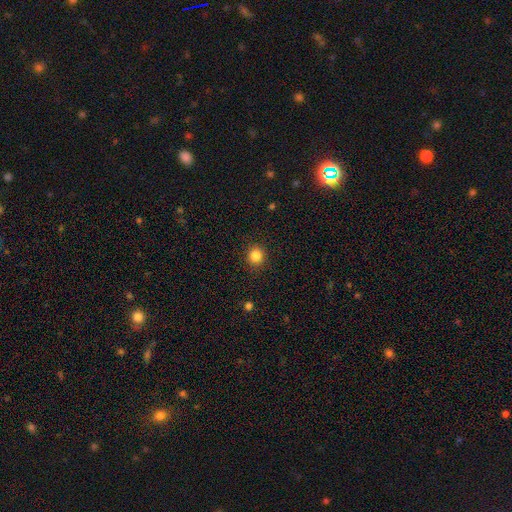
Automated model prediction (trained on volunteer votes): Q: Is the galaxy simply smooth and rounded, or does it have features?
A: smooth — 84%.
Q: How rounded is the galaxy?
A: round — 91%.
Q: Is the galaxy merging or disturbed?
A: none — 92%.